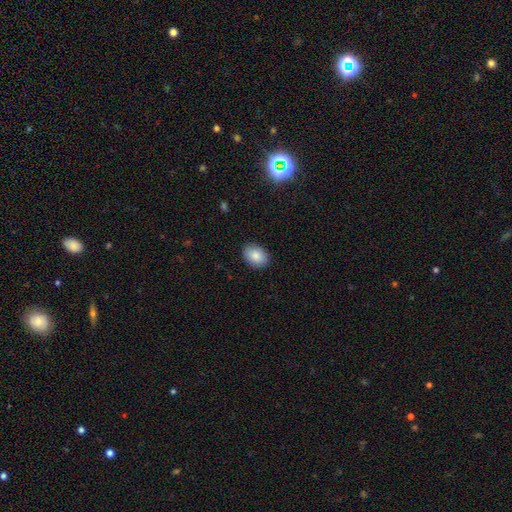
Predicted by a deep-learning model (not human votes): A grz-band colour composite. It shows a smooth galaxy with no disk features (86%) that is in between round and cigar-shaped (79%). Merging: none (87%).